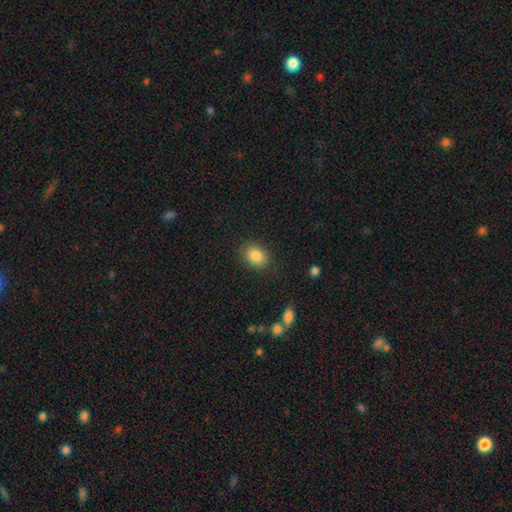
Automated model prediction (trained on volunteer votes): A smooth galaxy with no disk features (86%) that is in between round and cigar-shaped (62%). Merging: none (83%).